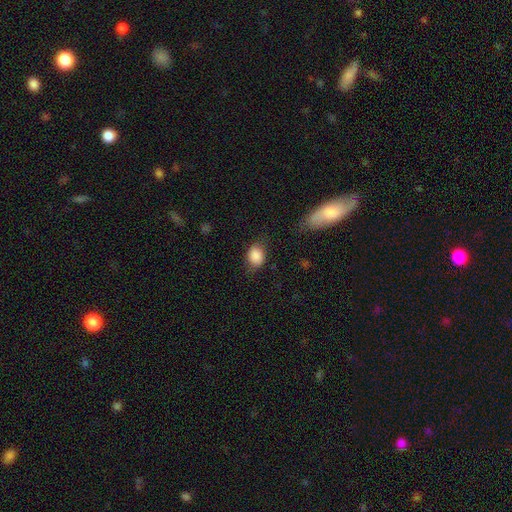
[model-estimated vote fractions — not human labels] A smooth galaxy with no disk features (86%) that is in between round and cigar-shaped (61%). Merging: none (67%).